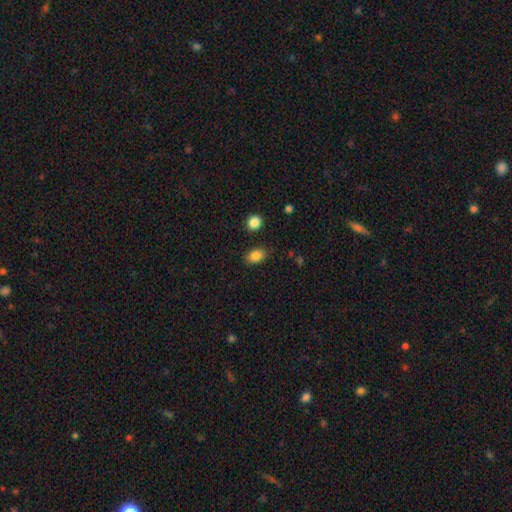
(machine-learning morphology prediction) The model was most divided on "how rounded": in between: 82%, round: 17%, cigar-shaped: 2%. More confident: smooth or featured — smooth (86%); merging — none (84%).